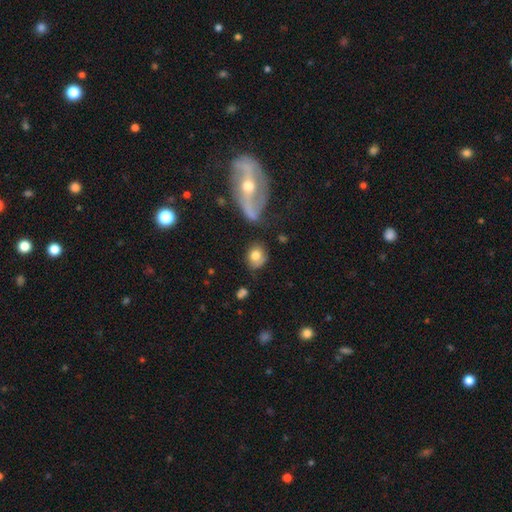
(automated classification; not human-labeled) Overall: smooth (73%). How rounded: round (55%; in between 44%). Merging: none (52%; minor disturbance 25%).